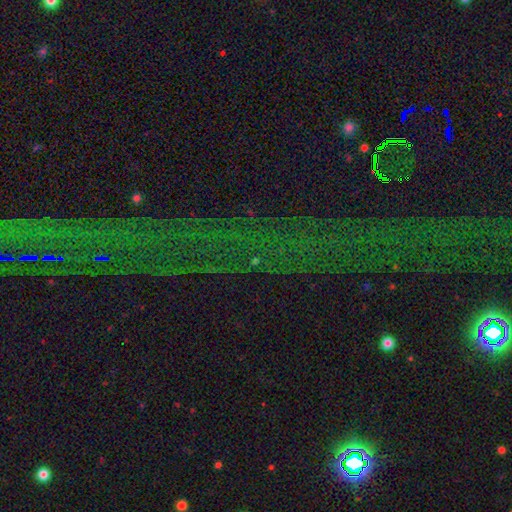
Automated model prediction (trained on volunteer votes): Morphology: type=star or artifact (77%).